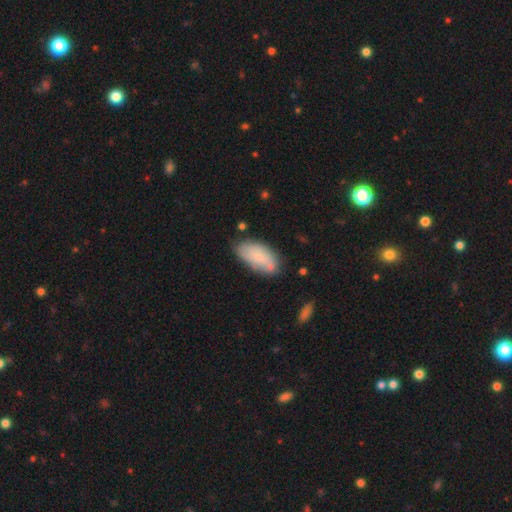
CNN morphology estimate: smooth_or_featured: smooth (p=0.72) [alt: featured or disk p=0.20]
how_rounded: in between (p=0.91) [alt: cigar-shaped p=0.06]
merging: none (p=0.66) [alt: minor disturbance p=0.22]